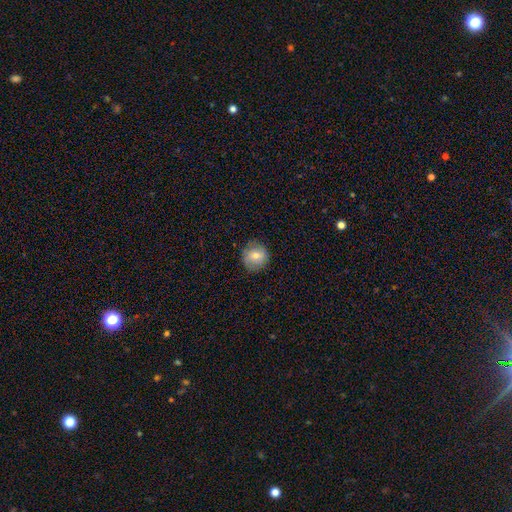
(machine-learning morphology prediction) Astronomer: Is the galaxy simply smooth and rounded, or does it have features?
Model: smooth — 70%.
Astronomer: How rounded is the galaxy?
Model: round — 91%.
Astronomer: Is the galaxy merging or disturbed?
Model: none — 84%.